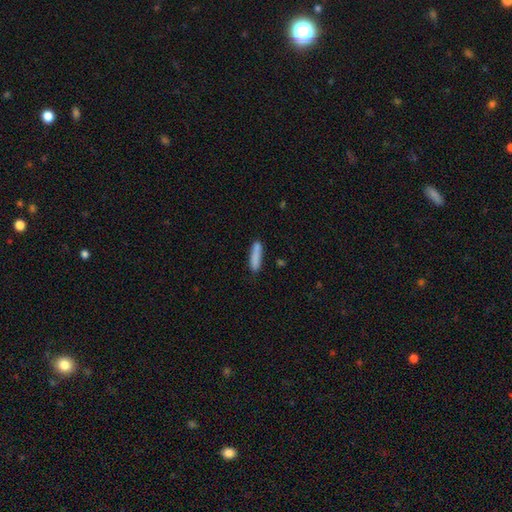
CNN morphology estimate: type=smooth (84%); roundness=cigar-shaped (82%); merging=none (77%).